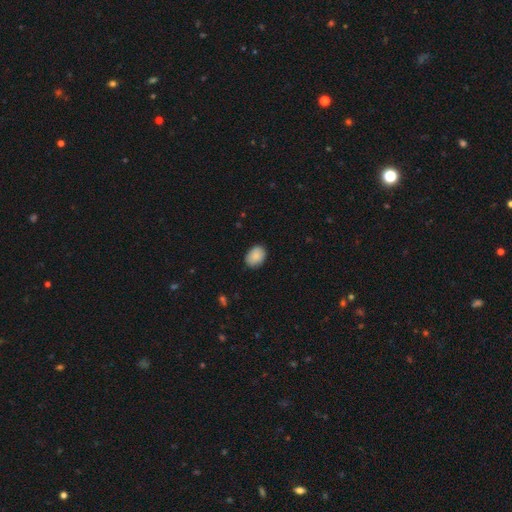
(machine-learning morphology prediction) The model was most divided on "how rounded": in between: 72%, round: 27%, cigar-shaped: 1%. More confident: smooth or featured — smooth (89%); merging — none (83%).